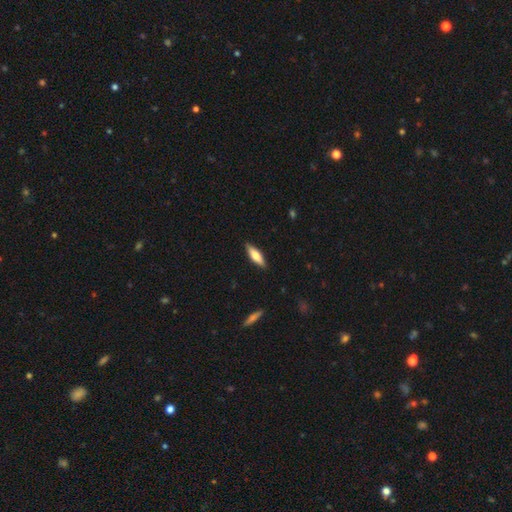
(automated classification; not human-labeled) Smooth or featured? smooth (64%)
How rounded? cigar-shaped (55%)
Merging? none (89%)